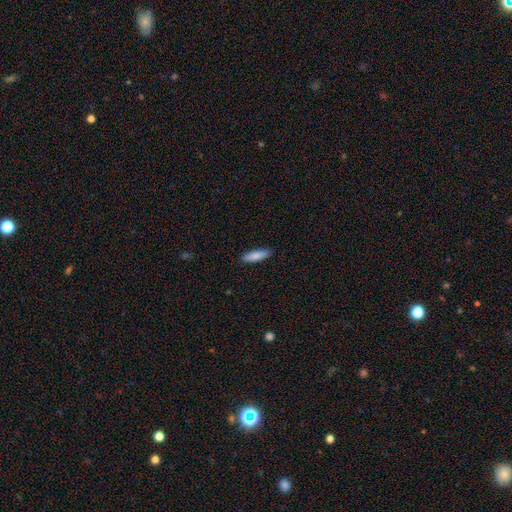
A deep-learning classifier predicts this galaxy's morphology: A smooth galaxy with no disk features (84%) that is cigar-shaped (63%). Merging: none (89%).